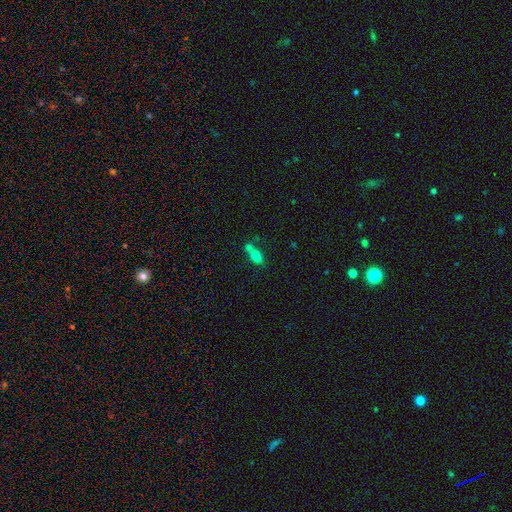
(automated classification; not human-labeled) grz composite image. It shows a smooth galaxy with no disk features (77%) that is in between round and cigar-shaped (81%). Merging: merger (51%).